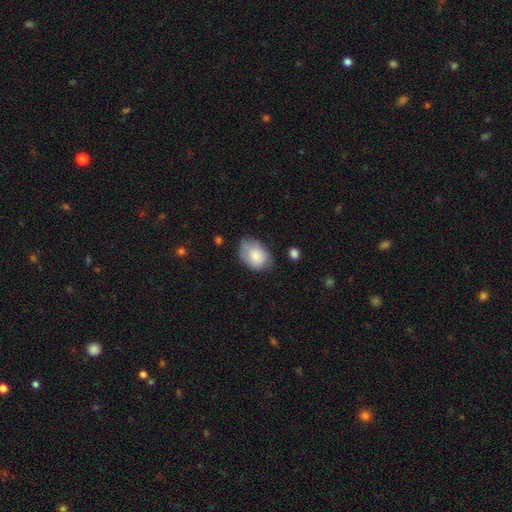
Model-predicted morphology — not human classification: Smooth or featured: smooth — 82% (featured or disk — 12%)
How rounded: in between — 83% (round — 16%)
Merging: none — 62% (minor disturbance — 29%)